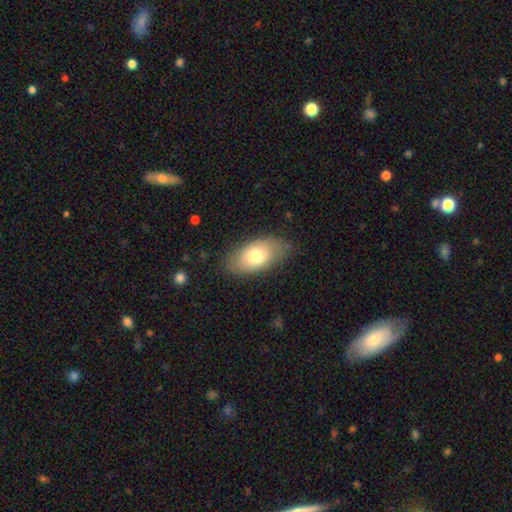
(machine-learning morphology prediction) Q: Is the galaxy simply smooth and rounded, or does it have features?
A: smooth — 73%.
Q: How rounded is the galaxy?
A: in between — 92%.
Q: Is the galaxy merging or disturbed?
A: none — 78%.